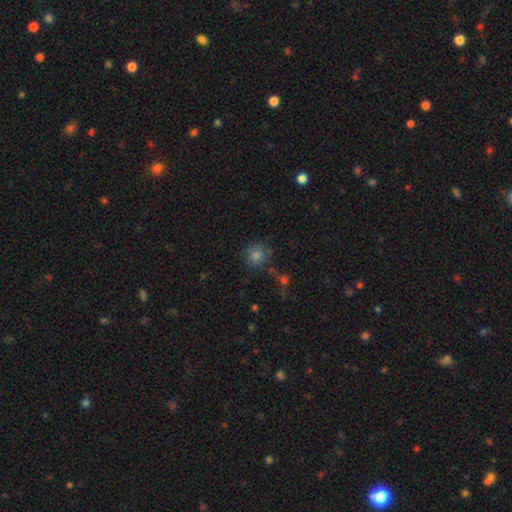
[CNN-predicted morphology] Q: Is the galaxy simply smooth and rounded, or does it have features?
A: smooth — 76%.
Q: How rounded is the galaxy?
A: round — 89%.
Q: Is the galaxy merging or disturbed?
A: none — 77%.